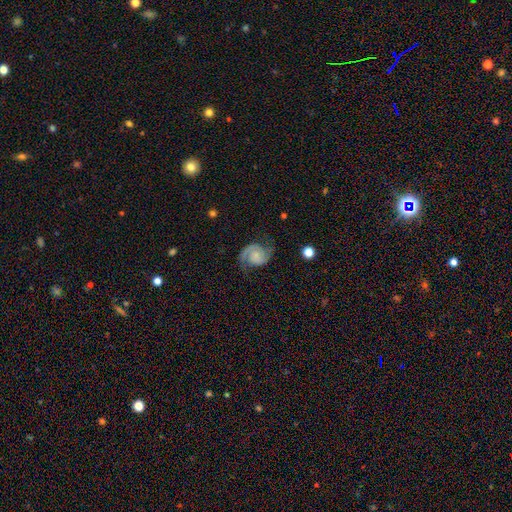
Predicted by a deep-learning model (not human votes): smooth_or_featured: featured or disk (p=0.84) [alt: smooth p=0.09]
disk_edge_on: no (p=0.98) [alt: yes p=0.02]
bar: no (p=0.67) [alt: weak p=0.28]
has_spiral_arms: yes (p=0.97) [alt: no p=0.03]
spiral_winding: medium (p=0.52) [alt: tight p=0.26]
spiral_arm_count: 2 (p=0.89) [alt: 1 p=0.05]
bulge_size: small (p=0.42) [alt: none p=0.29]
merging: none (p=0.71) [alt: minor disturbance p=0.18]